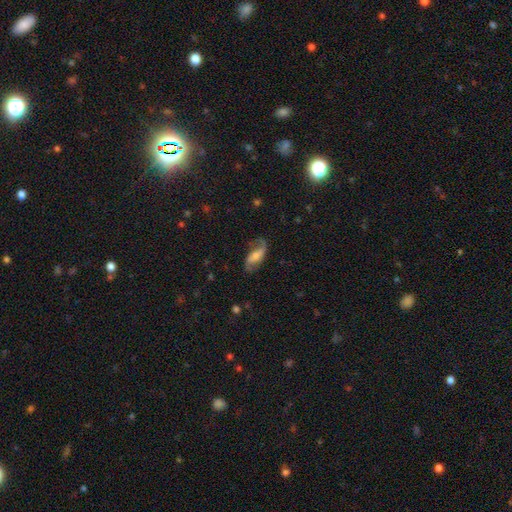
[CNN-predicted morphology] Overall: featured or disk (70%). Edge-on disk: no (94%). Bar: weak (39%; no 35%). Spiral arms: yes (92%). Spiral arm count: 2 (87%). Spiral winding: loose (56%; medium 33%). Bulge size: small (37%, tied with moderate). Merging: none (71%).